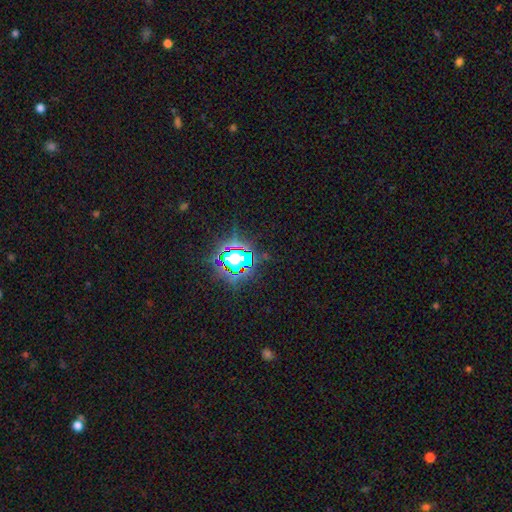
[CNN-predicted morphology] A star or artifact, not a galaxy (80%).